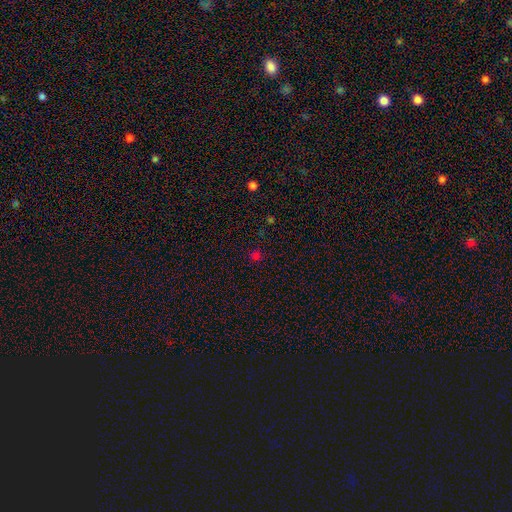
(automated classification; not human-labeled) This appears to be a smooth galaxy with no disk features (66%) that is round (89%). Merging: none (86%).